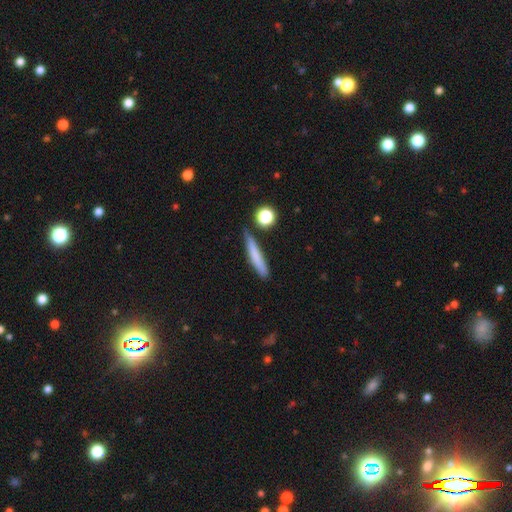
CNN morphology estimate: smooth_or_featured: smooth (p=0.72) [alt: featured or disk p=0.21]
how_rounded: cigar-shaped (p=0.92) [alt: in between p=0.06]
merging: none (p=0.79) [alt: minor disturbance p=0.14]